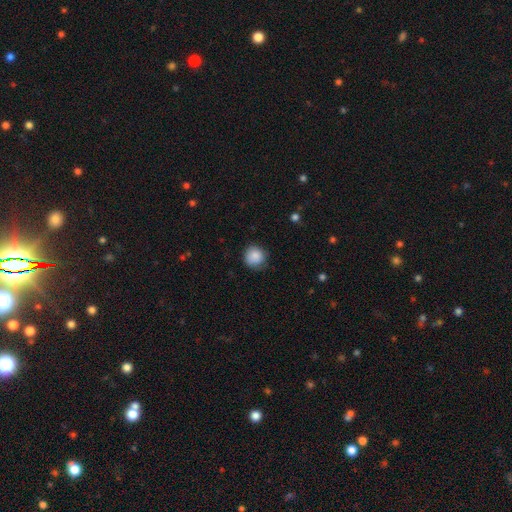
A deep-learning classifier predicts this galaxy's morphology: The model was most divided on "merging": none: 79%, minor disturbance: 17%, major disturbance: 3%, merger: 1%. More confident: how rounded — round (92%); smooth or featured — smooth (87%).